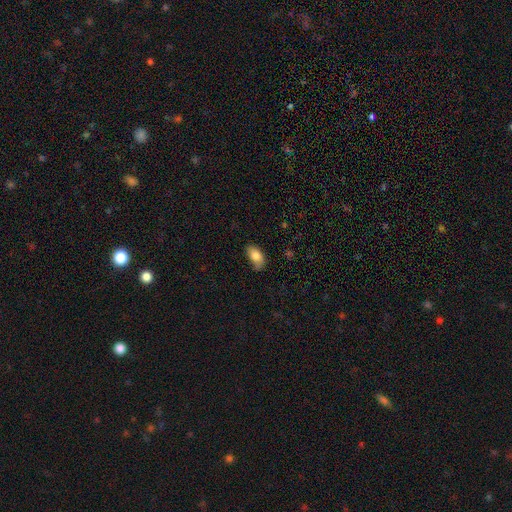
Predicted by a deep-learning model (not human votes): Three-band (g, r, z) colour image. It shows a smooth galaxy with no disk features (82%) that is in between round and cigar-shaped (92%). Merging: none (60%).